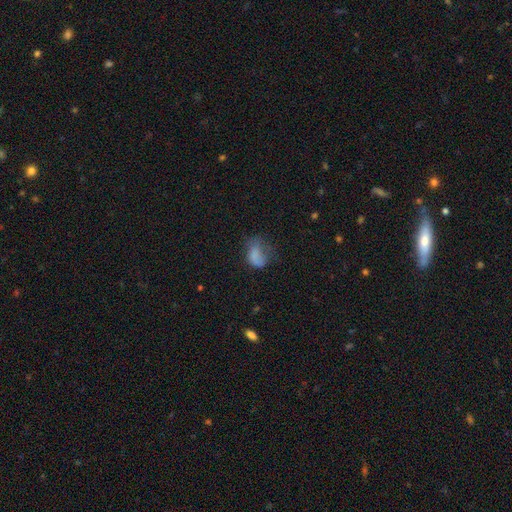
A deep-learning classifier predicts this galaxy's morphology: A smooth galaxy with no disk features (70%) that is in between round and cigar-shaped (80%).

Vote fractions:
- Smooth or featured? smooth: 70% / featured or disk: 19% / star or artifact: 12%
- How rounded? in between: 80% / round: 18% / cigar-shaped: 2%
- Merging? major disturbance: 42% / minor disturbance: 28% / none: 26% / merger: 3%